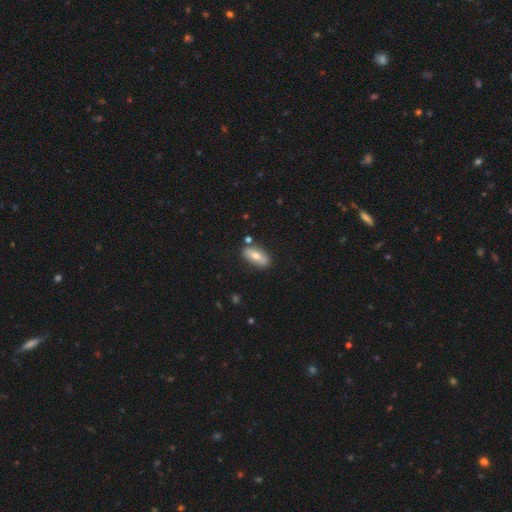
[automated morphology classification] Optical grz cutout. It shows a smooth galaxy with no disk features (66%) that is in between round and cigar-shaped (82%). Merging: none (81%).